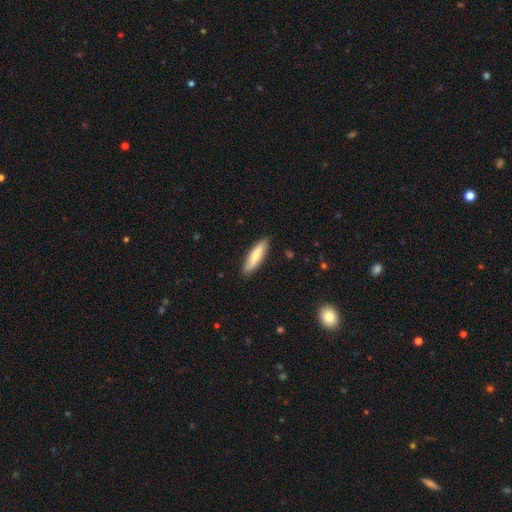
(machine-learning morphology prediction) Q: Smooth or featured?
A: smooth (68%); runner-up: featured or disk (27%)
Q: How rounded?
A: cigar-shaped (63%); runner-up: in between (35%)
Q: Merging?
A: none (88%); runner-up: minor disturbance (9%)